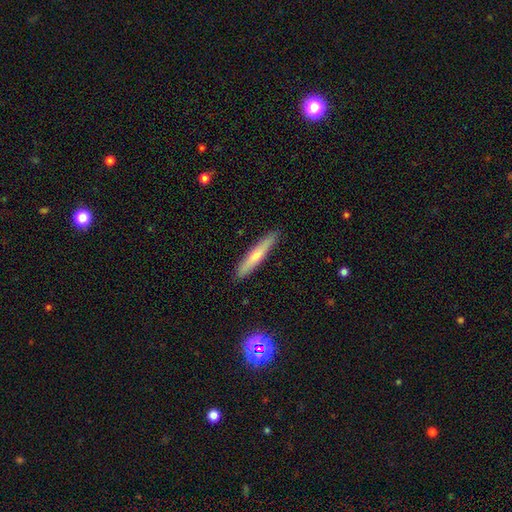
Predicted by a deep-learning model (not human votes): Smooth or featured? Predicted: smooth (p=0.53). How rounded? Predicted: cigar-shaped (p=0.93). Merging? Predicted: none (p=0.91).